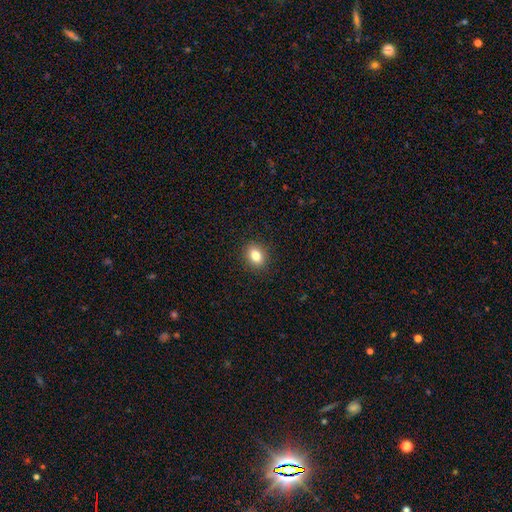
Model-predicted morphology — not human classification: Smooth or featured?
  - smooth: 82% *
  - star or artifact: 10%
  - featured or disk: 8%
How rounded?
  - in between: 58% *
  - round: 40%
  - cigar-shaped: 1%
Merging?
  - none: 90% *
  - minor disturbance: 7%
  - major disturbance: 2%
  - merger: 1%